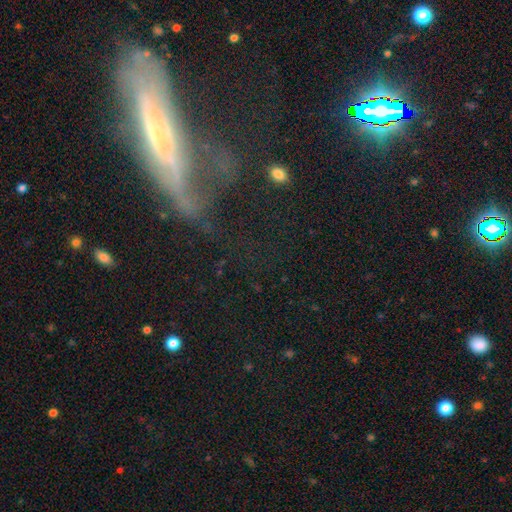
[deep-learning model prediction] Smooth or featured: featured or disk — 47% (star or artifact — 28%)
Merging: none — 49% (major disturbance — 24%)